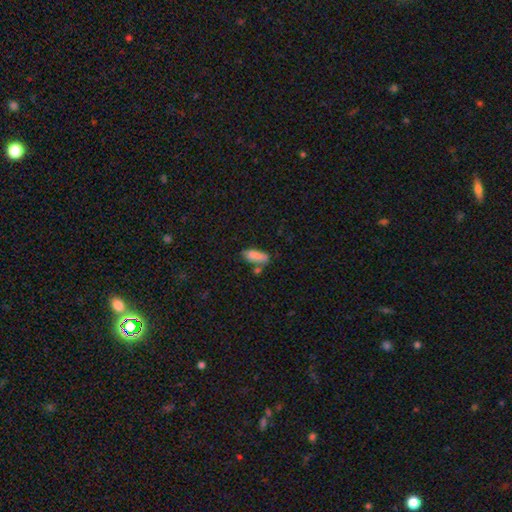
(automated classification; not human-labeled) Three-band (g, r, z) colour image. It shows a smooth galaxy with no disk features (81%) that is in between round and cigar-shaped (75%). Merging: none (59%).